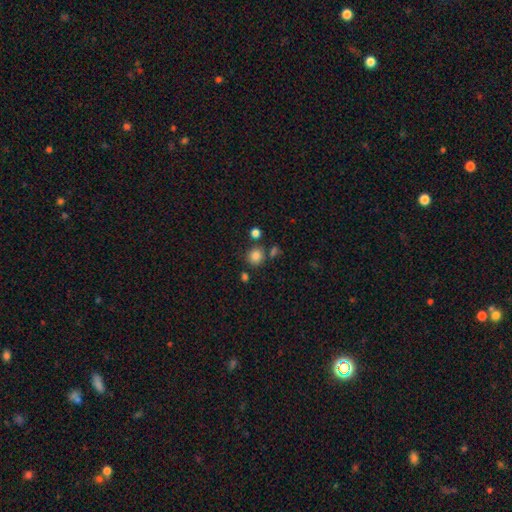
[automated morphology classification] Smooth or featured? smooth (83%)
How rounded? round (87%)
Merging? none (77%)